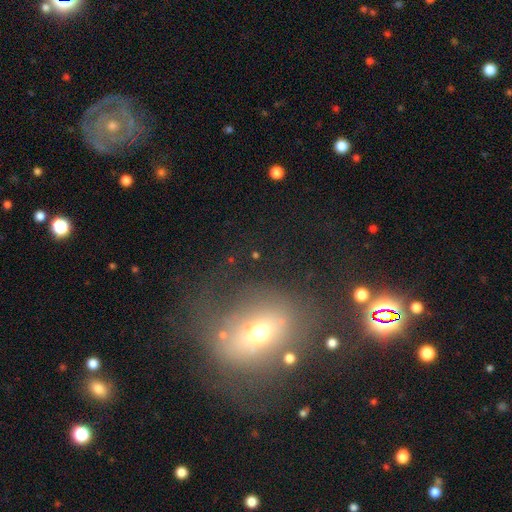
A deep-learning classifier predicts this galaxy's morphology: smooth 45%, featured or disk 28%, star or artifact 27%. Down the decision tree: merging — none (60%).